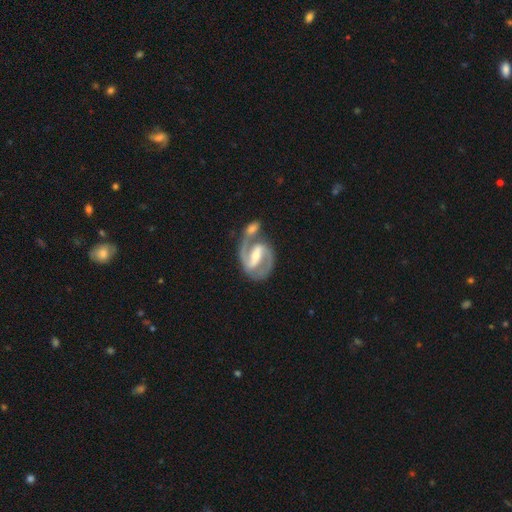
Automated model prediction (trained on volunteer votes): A featured or disk galaxy (91%) with a strong bar (65%), 2 (93%) medium (59%) spiral arms (97%) and a small central bulge (47%, tied with moderate).

Vote fractions:
- Smooth or featured? featured or disk: 91% / smooth: 5% / star or artifact: 4%
- Edge-on disk? no: 98% / yes: 2%
- Bar? strong: 65% / weak: 27% / no: 8%
- Spiral arms? yes: 97% / no: 3%
- Spiral winding? medium: 59% / tight: 28% / loose: 13%
- Spiral arm count? 2: 93% / can't tell: 2% / 1: 2% / 3: 2% / 4: 1% / more than 4: 1%
- Bulge size? small: 47% (tied) / moderate: 47% (tied) / large: 3% / none: 2% / dominant: 1%
- Merging? none: 49% / merger: 31% / minor disturbance: 14% / major disturbance: 7%